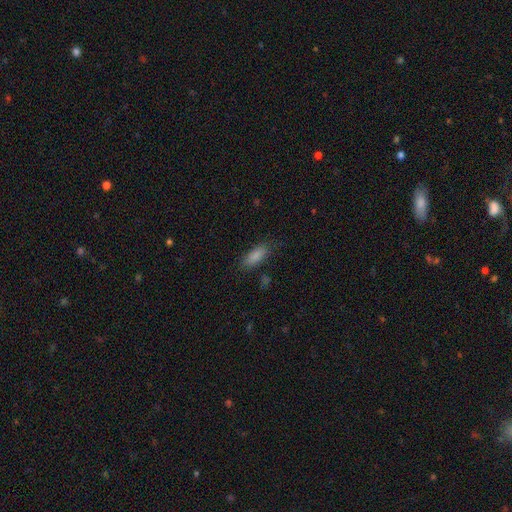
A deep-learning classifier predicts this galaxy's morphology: Smooth or featured? Predicted: smooth (p=0.87). How rounded? Predicted: in between (p=0.74). Merging? Predicted: none (p=0.80).